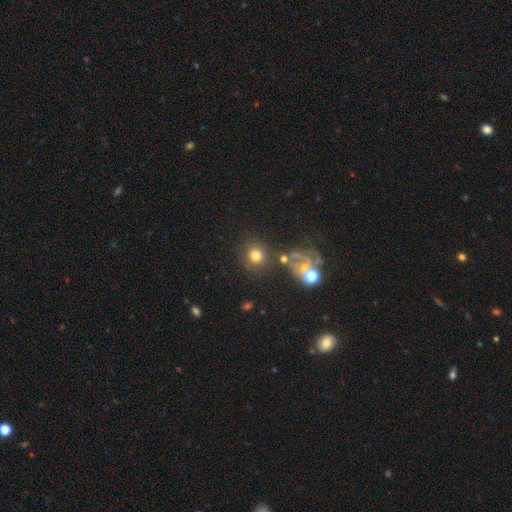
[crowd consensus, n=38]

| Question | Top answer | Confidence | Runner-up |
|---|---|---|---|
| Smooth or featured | smooth | 84% | featured or disk (8%) |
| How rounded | round | 81% | in between (19%) |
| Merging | none | 80% | minor disturbance (14%) |